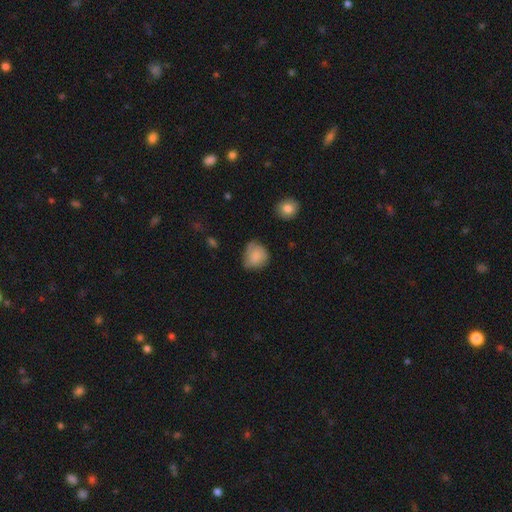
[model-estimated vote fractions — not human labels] A smooth galaxy with no disk features (78%) that is round (73%). Merging: none (54%).